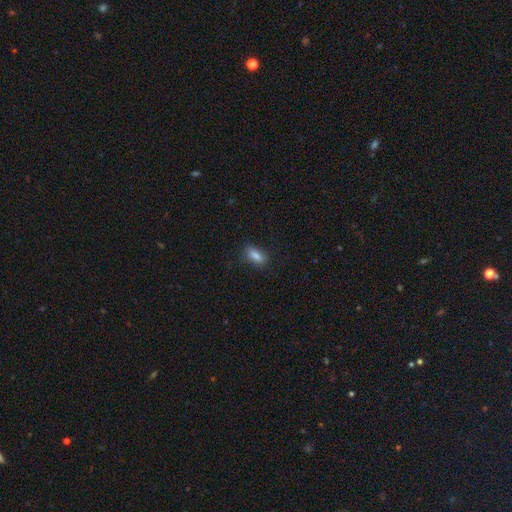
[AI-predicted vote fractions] Morphology: type=smooth (83%); roundness=in between (78%); merging=none (78%).